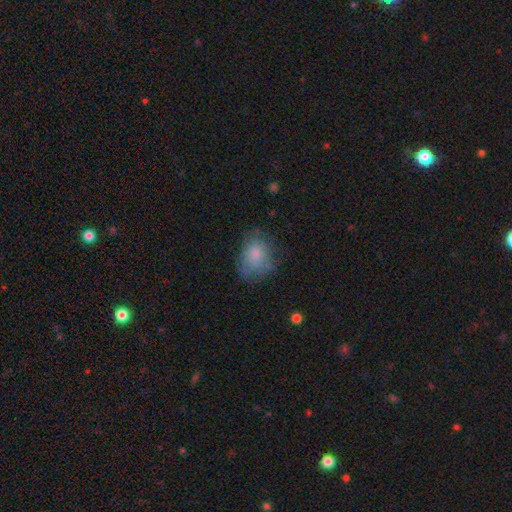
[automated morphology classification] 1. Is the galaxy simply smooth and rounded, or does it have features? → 75% smooth, 17% featured or disk, 8% star or artifact.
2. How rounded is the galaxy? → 61% in between, 38% round, 1% cigar-shaped.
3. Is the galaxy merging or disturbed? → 56% none, 28% minor disturbance, 14% major disturbance, 2% merger.